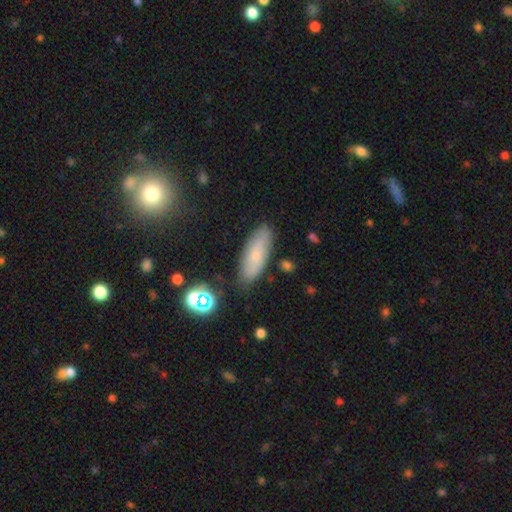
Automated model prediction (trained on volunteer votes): smooth_or_featured: smooth (p=0.64) [alt: featured or disk p=0.27]
how_rounded: in between (p=0.67) [alt: cigar-shaped p=0.30]
merging: none (p=0.80) [alt: minor disturbance p=0.14]